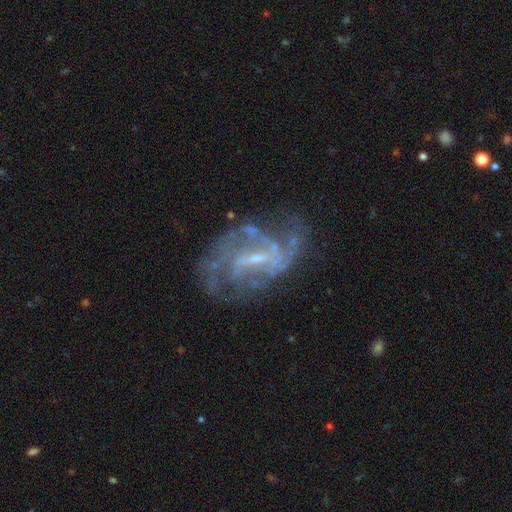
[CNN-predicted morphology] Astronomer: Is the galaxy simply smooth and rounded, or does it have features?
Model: featured or disk — 83%.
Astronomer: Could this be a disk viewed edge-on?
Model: no — 97%.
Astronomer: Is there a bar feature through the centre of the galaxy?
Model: weak — 54%.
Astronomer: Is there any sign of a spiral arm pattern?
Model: yes — 88%.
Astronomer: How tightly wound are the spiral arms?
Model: medium — 45% (runner-up: tight, 28%).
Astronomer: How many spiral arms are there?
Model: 2 — 34% (runner-up: can't tell, 31%).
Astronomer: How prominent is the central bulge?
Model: small — 65%.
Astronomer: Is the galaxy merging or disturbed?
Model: none — 59%.